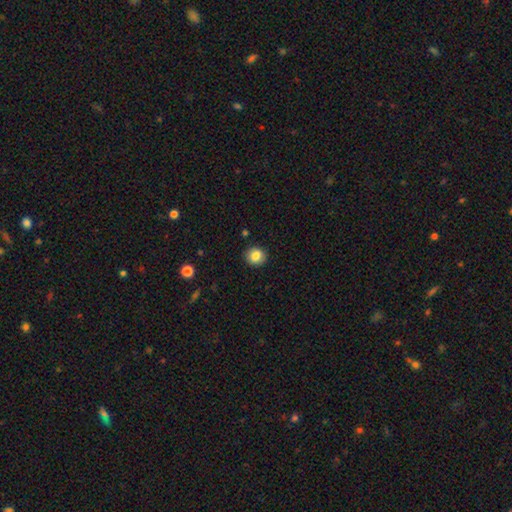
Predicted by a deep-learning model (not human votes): smooth-or-featured: smooth: 84% | star or artifact: 10% | featured or disk: 6%
  how-rounded: round: 85% | in between: 14% | cigar-shaped: 1%
  merging: none: 91% | minor disturbance: 6% | major disturbance: 2% | merger: 1%